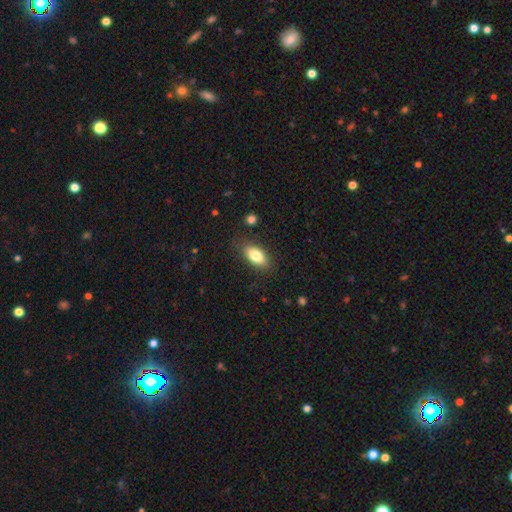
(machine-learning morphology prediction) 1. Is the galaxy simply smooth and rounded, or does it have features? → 80% smooth, 13% featured or disk, 7% star or artifact.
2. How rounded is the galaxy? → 87% in between, 9% cigar-shaped, 4% round.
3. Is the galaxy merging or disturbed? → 83% none, 13% minor disturbance, 3% major disturbance, 1% merger.